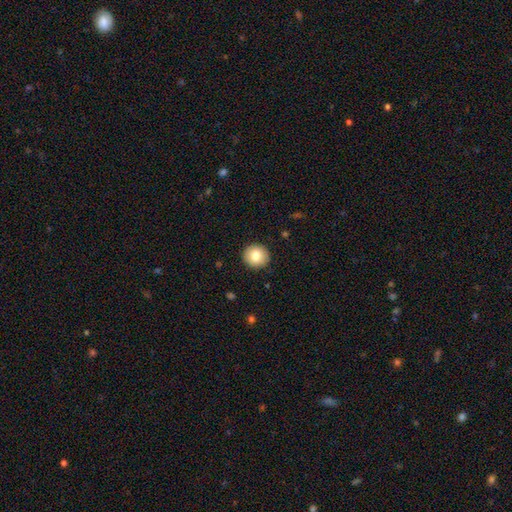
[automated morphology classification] Overall: smooth (81%). How rounded: round (93%). Merging: none (92%).